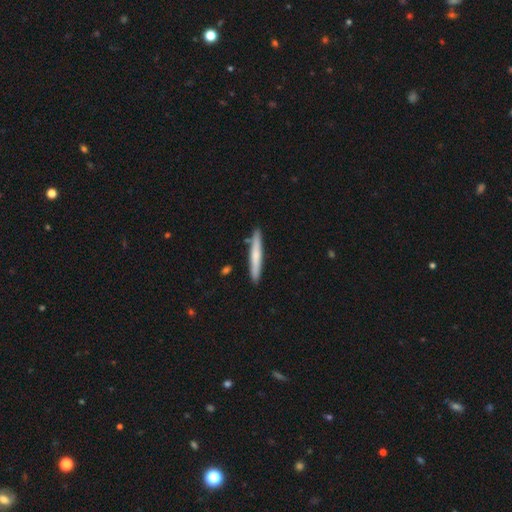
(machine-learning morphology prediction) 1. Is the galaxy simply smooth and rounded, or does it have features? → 60% smooth, 34% featured or disk, 5% star or artifact.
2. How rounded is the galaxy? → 95% cigar-shaped, 4% in between, 1% round.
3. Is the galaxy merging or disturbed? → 87% none, 9% minor disturbance, 2% merger, 2% major disturbance.